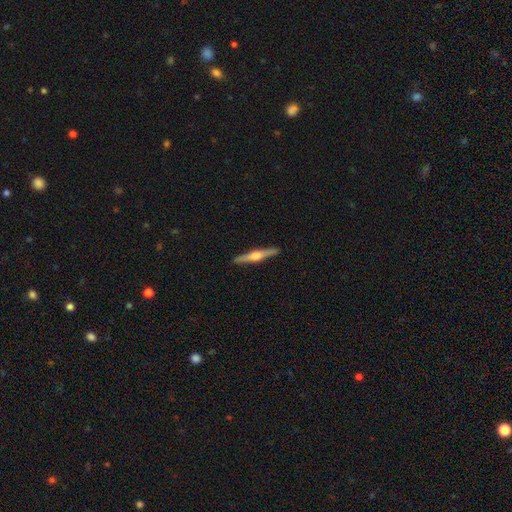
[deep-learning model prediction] A featured or disk galaxy (72%) viewed edge-on (98%) with a rounded central bulge (92%).

Vote fractions:
- Smooth or featured? featured or disk: 72% / smooth: 23% / star or artifact: 5%
- Edge-on disk? yes: 98% / no: 2%
- Edge-on bulge? rounded: 92% / boxy: 5% / none: 3%
- Merging? none: 91% / minor disturbance: 6% / major disturbance: 1% / merger: 1%